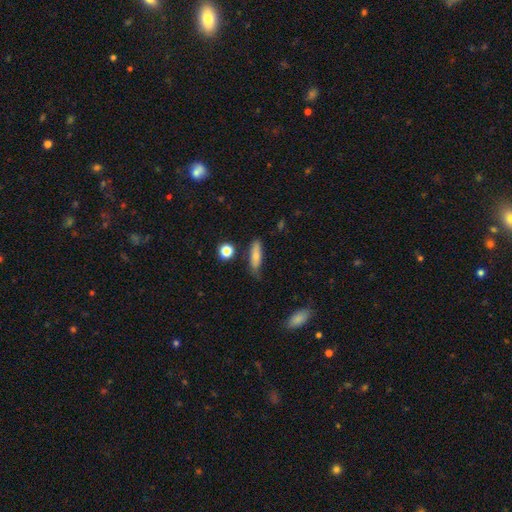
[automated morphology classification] Smooth or featured?
  - smooth: 76% *
  - featured or disk: 16%
  - star or artifact: 8%
How rounded?
  - cigar-shaped: 63% *
  - in between: 34%
  - round: 3%
Merging?
  - none: 66% *
  - minor disturbance: 25%
  - major disturbance: 5%
  - merger: 3%